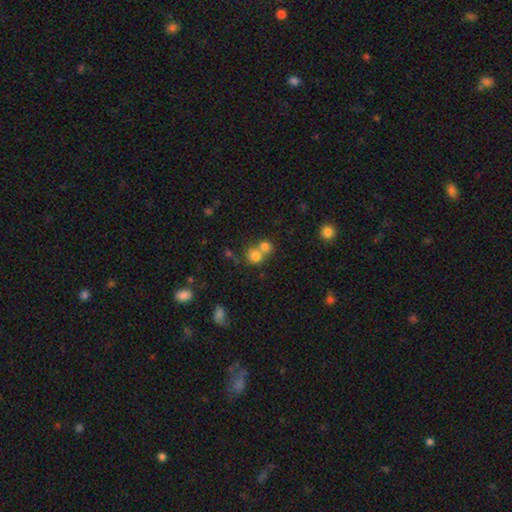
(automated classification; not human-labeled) The model was most divided on "merging": merger: 53%, none: 39%, minor disturbance: 5%, major disturbance: 3%. More confident: how rounded — round (84%); smooth or featured — smooth (77%).